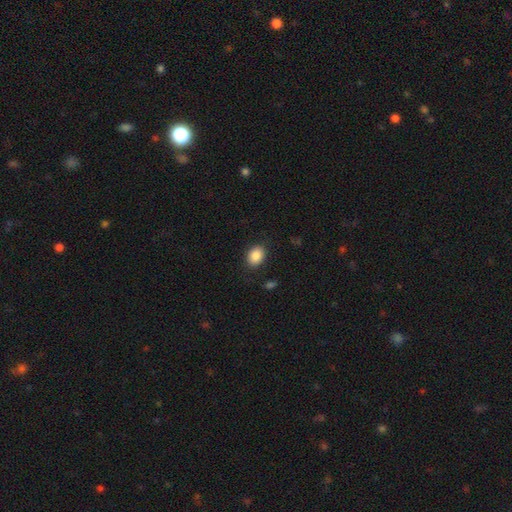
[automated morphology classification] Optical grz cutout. It shows a smooth galaxy with no disk features (87%) that is in between round and cigar-shaped (68%). Merging: none (85%).